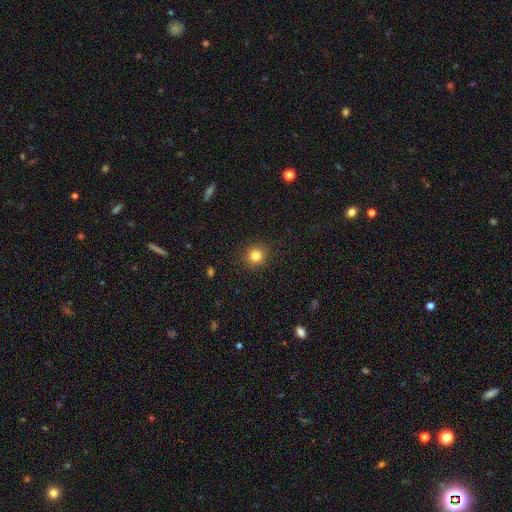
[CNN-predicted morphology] The model was most divided on "smooth or featured": smooth: 82%, star or artifact: 12%, featured or disk: 6%. More confident: how rounded — round (93%); merging — none (91%).